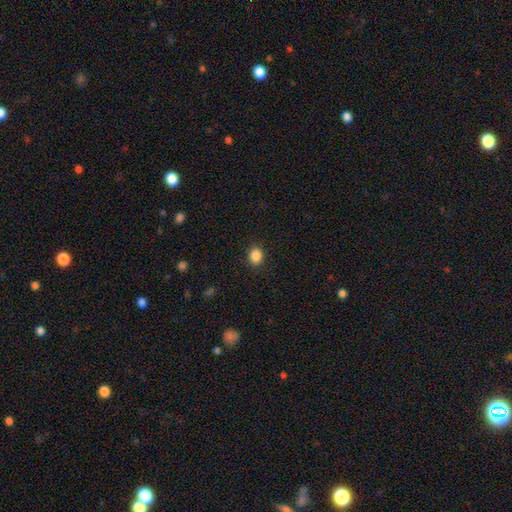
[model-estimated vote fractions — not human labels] smooth 87%, star or artifact 10%, featured or disk 3%. Down the decision tree: how rounded — round (53%); merging — none (90%).